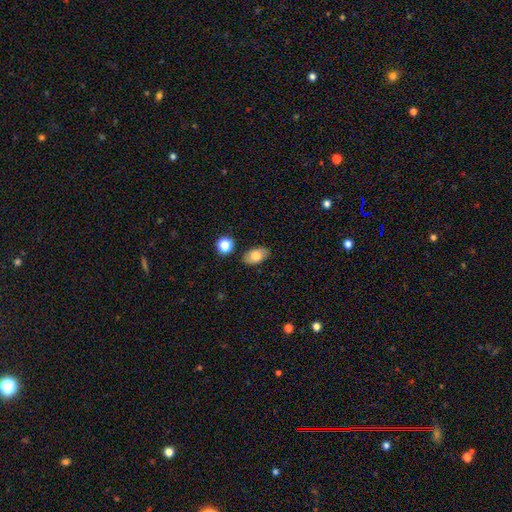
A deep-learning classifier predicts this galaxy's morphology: smooth_or_featured: smooth (p=0.78) [alt: featured or disk p=0.13]
how_rounded: in between (p=0.91) [alt: round p=0.08]
merging: none (p=0.84) [alt: minor disturbance p=0.11]